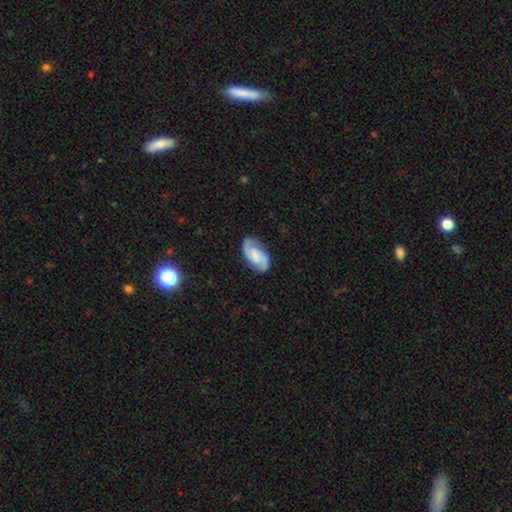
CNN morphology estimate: This is likely a featured or disk galaxy (78%). It is clearly not viewed edge-on (97%). Bar: possibly weak (48%). Spiral arm pattern: clearly yes (96%). Spiral arm count: clearly 2 (90%). Spiral winding: possibly medium (49%). Central bulge: marginally small (35%). Merging: clearly none (81%).